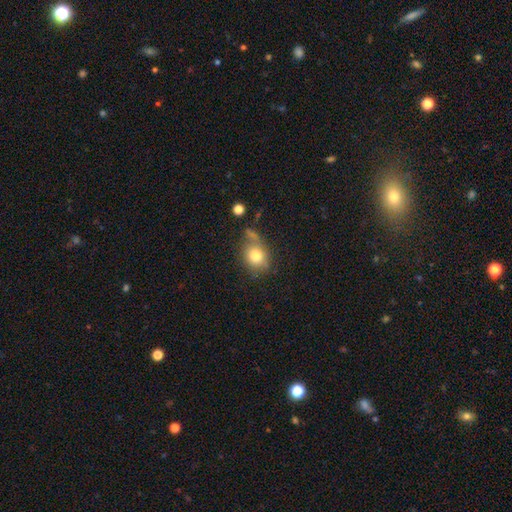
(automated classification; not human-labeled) This is likely a smooth galaxy (78%). How rounded: possibly round (55%). Merging: possibly none (54%).